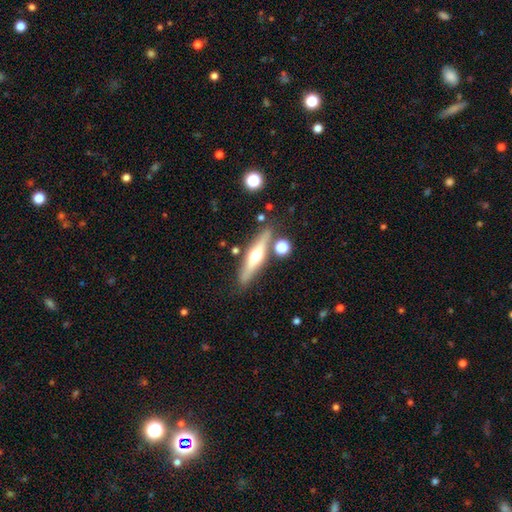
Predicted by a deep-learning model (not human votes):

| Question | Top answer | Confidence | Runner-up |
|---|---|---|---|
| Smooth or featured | featured or disk | 61% | smooth (32%) |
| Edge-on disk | yes | 94% | no (6%) |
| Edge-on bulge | rounded | 92% | boxy (4%) |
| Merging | none | 80% | minor disturbance (11%) |